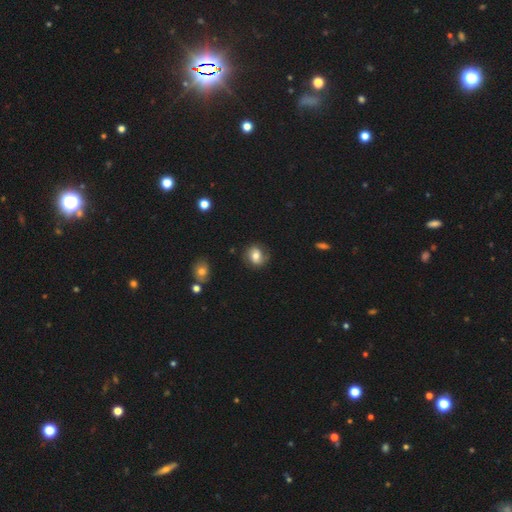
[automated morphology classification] smooth-or-featured: smooth: 63% | featured or disk: 27% | star or artifact: 10%
  how-rounded: round: 68% | in between: 31% | cigar-shaped: 1%
  merging: none: 75% | minor disturbance: 17% | major disturbance: 5% | merger: 2%